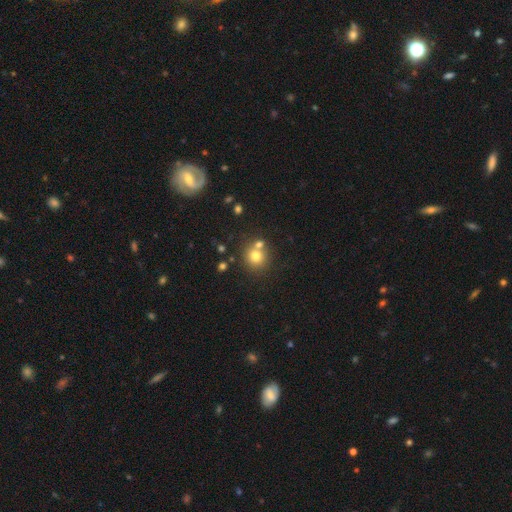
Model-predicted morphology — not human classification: This is likely a smooth galaxy (75%). How rounded: clearly round (89%). Merging: likely none (63%).